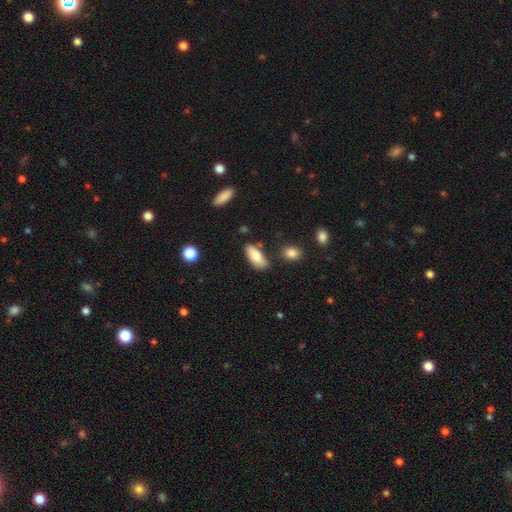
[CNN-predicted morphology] Smooth or featured? smooth (81%)
How rounded? in between (79%)
Merging? none (74%)